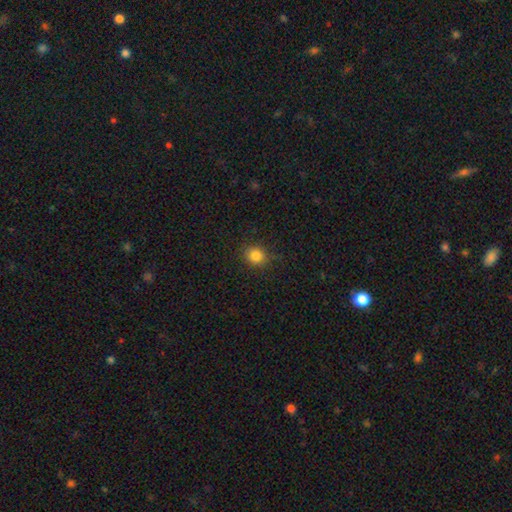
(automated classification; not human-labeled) This appears to be a smooth galaxy with no disk features (83%) that is round (80%). Merging: none (87%).